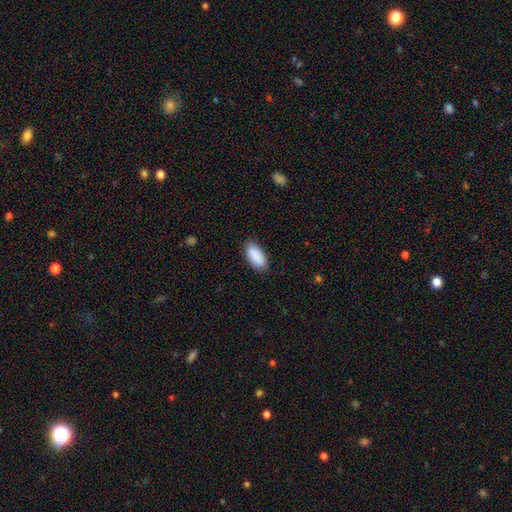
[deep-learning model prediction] smooth-or-featured: smooth: 90% | star or artifact: 6% | featured or disk: 4%
  how-rounded: in between: 91% | cigar-shaped: 7% | round: 2%
  merging: none: 84% | minor disturbance: 12% | major disturbance: 2% | merger: 1%